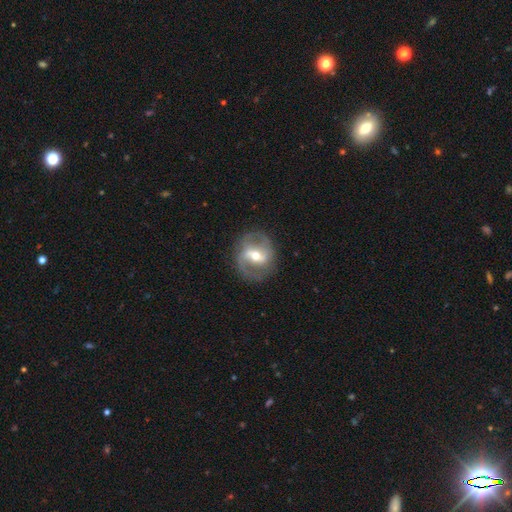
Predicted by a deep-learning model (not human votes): Morphology: type=featured or disk (81%); edge-on=no (96%); bar=strong (42%); spiral arms=yes (84%); winding=medium (50%); arm count=2 (85%); bulge=moderate (67%); merging=none (80%).